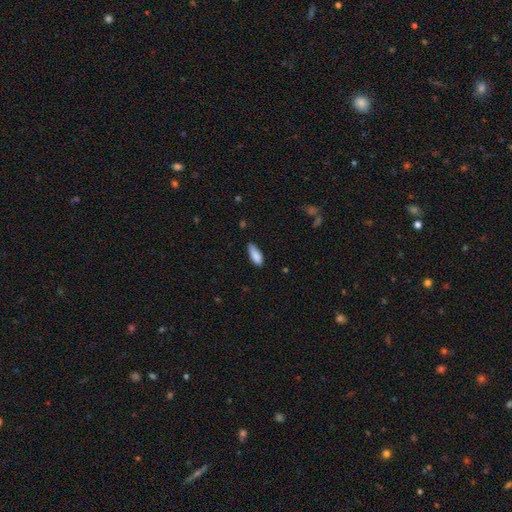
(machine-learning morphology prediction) Smooth or featured?
  - smooth: 87% *
  - star or artifact: 6%
  - featured or disk: 6%
How rounded?
  - in between: 70% *
  - cigar-shaped: 29%
  - round: 2%
Merging?
  - none: 73% *
  - minor disturbance: 23%
  - major disturbance: 3%
  - merger: 1%